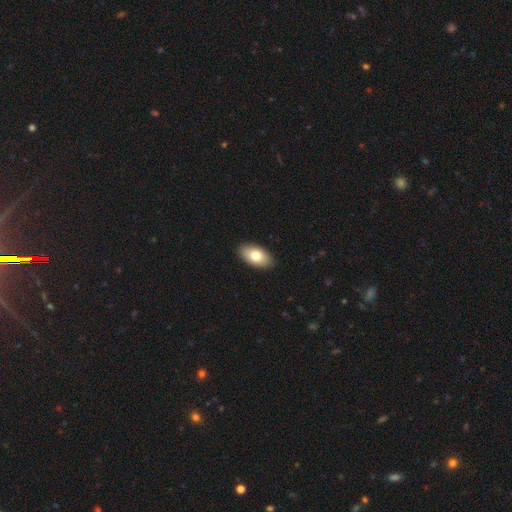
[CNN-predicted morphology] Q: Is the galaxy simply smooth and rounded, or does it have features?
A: smooth — 78%.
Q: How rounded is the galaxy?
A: in between — 94%.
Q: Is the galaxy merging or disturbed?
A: none — 90%.